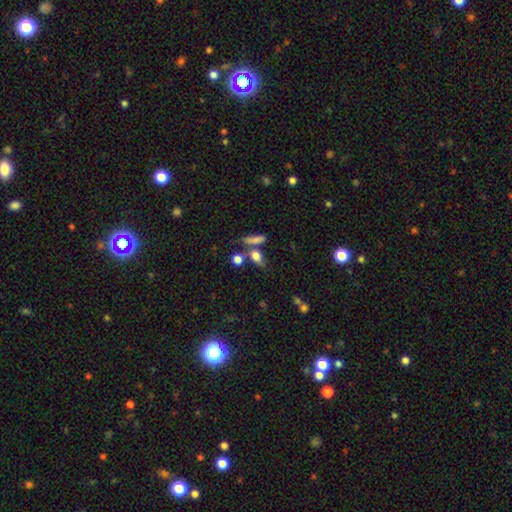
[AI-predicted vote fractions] This appears to be a smooth galaxy with no disk features (73%) that is in between round and cigar-shaped (54%). Merging: none (48%).